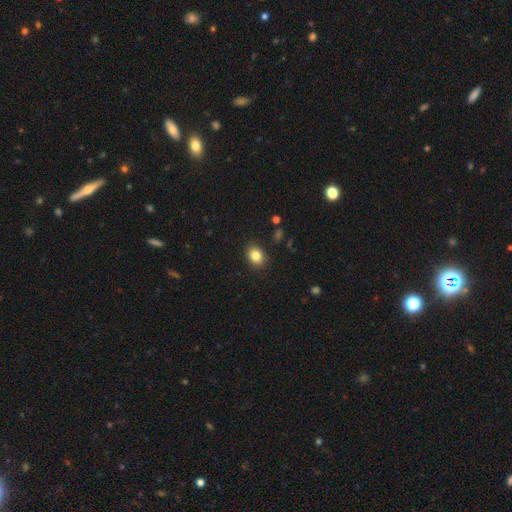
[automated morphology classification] This is clearly a smooth galaxy (84%). How rounded: possibly in between (58%). Merging: clearly none (88%).